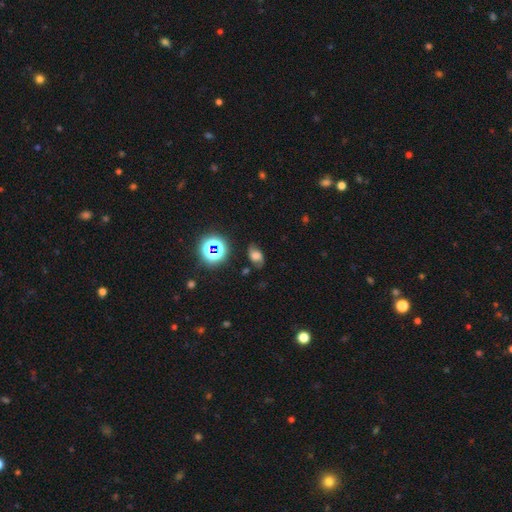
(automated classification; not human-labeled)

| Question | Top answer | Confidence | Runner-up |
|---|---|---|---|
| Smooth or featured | smooth | 41% | featured or disk (38%) |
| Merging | none | 70% | minor disturbance (20%) |